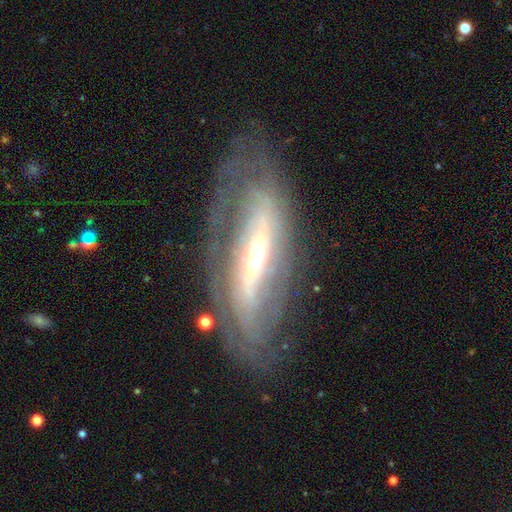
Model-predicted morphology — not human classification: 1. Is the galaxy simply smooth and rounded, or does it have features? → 83% featured or disk, 11% smooth, 6% star or artifact.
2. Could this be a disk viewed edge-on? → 69% no, 31% yes.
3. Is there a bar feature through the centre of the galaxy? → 61% strong, 23% weak, 16% no.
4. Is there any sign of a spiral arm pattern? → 78% yes, 22% no.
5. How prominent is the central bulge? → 52% moderate, 23% small, 19% large, 3% dominant, 3% none.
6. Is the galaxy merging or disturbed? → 62% none, 20% minor disturbance, 16% major disturbance, 3% merger.